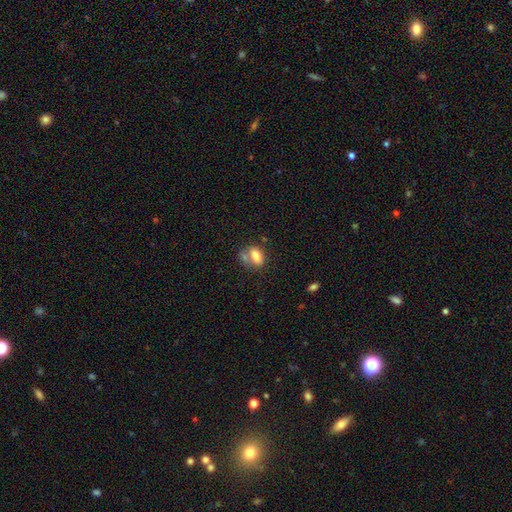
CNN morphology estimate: Smooth or featured?
  - smooth: 74% *
  - featured or disk: 17%
  - star or artifact: 9%
How rounded?
  - in between: 82% *
  - round: 11%
  - cigar-shaped: 7%
Merging?
  - none: 46% *
  - merger: 31%
  - minor disturbance: 16%
  - major disturbance: 7%